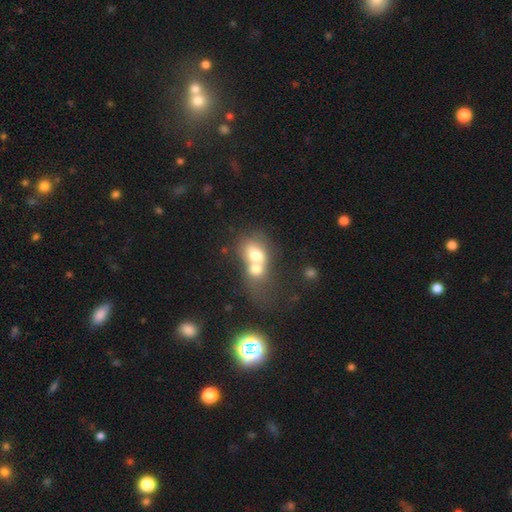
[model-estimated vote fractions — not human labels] Smooth or featured? Predicted: smooth (p=0.66). How rounded? Predicted: in between (p=0.59). Merging? Predicted: merger (p=0.77).